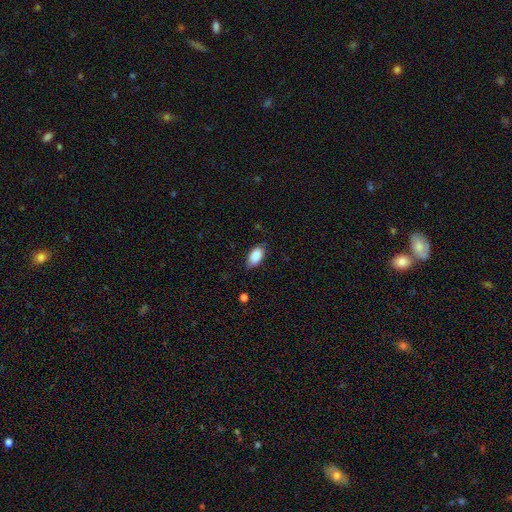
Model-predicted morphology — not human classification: smooth_or_featured: smooth (p=0.88) [alt: star or artifact p=0.07]
how_rounded: in between (p=0.94) [alt: round p=0.04]
merging: none (p=0.76) [alt: minor disturbance p=0.19]